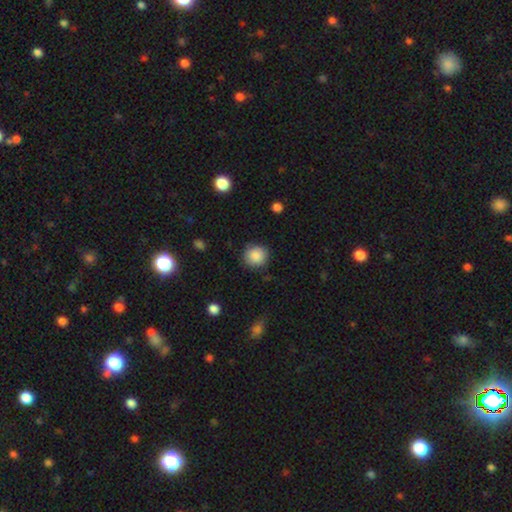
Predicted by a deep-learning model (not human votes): Smooth or featured? Predicted: smooth (p=0.86). How rounded? Predicted: round (p=0.88). Merging? Predicted: none (p=0.84).